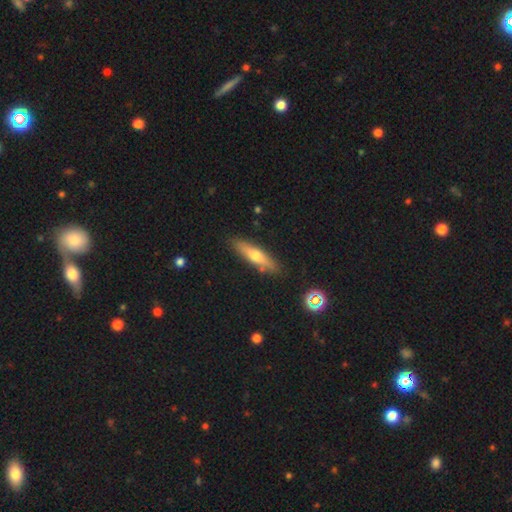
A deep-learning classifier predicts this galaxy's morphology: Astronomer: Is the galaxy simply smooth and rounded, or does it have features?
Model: smooth — 52% (runner-up: featured or disk, 41%).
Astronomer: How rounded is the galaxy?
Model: cigar-shaped — 76%.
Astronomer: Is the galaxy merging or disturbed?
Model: none — 86%.